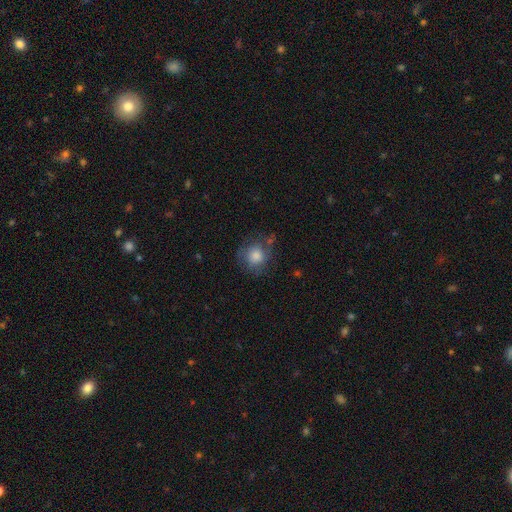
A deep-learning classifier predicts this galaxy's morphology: type=smooth (73%); roundness=round (87%); merging=none (68%).